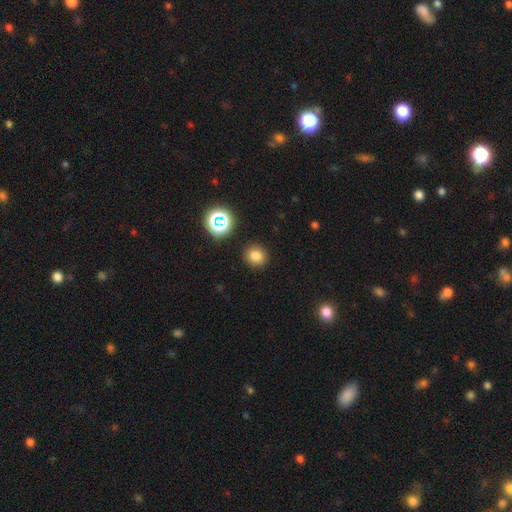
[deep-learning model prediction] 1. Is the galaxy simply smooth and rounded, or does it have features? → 79% smooth, 16% star or artifact, 5% featured or disk.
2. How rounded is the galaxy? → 79% round, 20% in between, 1% cigar-shaped.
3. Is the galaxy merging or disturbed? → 88% none, 8% minor disturbance, 3% major disturbance, 2% merger.